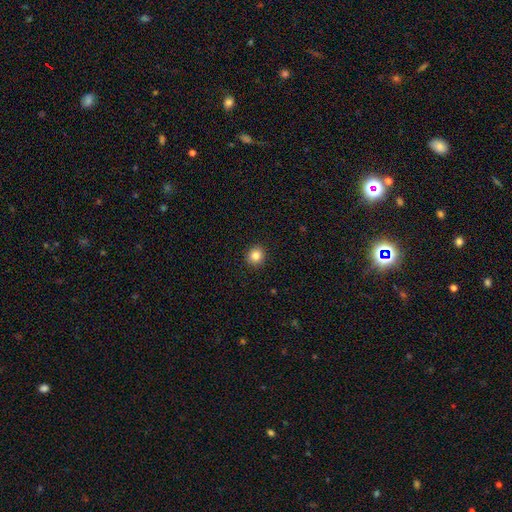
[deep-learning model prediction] Smooth or featured?
  - smooth: 85% *
  - star or artifact: 10%
  - featured or disk: 5%
How rounded?
  - round: 88% *
  - in between: 11%
  - cigar-shaped: 1%
Merging?
  - none: 92% *
  - minor disturbance: 5%
  - major disturbance: 2%
  - merger: 1%